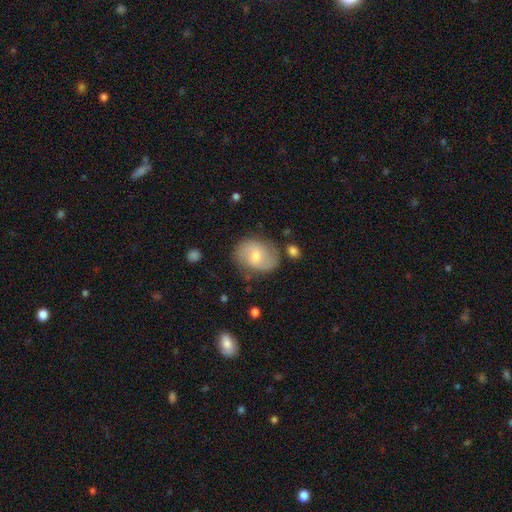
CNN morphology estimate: Overall: featured or disk (51%; smooth 41%). Edge-on disk: no (97%). Merging: none (73%).